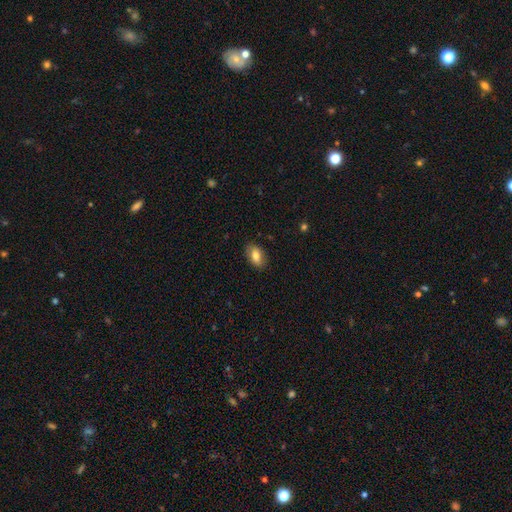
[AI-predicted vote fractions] smooth-or-featured: smooth: 77% | featured or disk: 15% | star or artifact: 7%
  how-rounded: in between: 91% | round: 6% | cigar-shaped: 3%
  merging: none: 85% | minor disturbance: 12% | major disturbance: 3% | merger: 1%